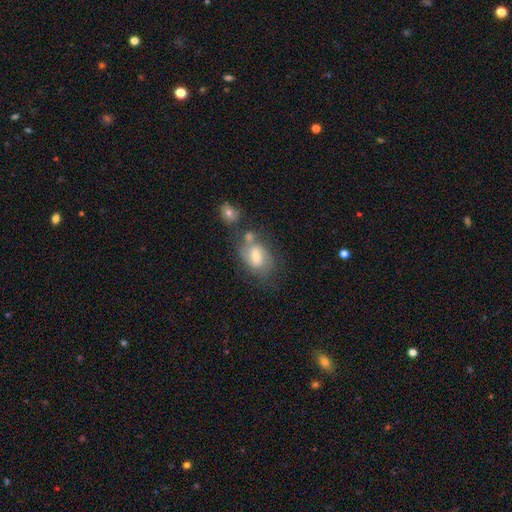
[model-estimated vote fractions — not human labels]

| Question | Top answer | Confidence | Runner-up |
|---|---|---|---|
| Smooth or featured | smooth | 45% | featured or disk (44%) |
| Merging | none | 47% | merger (22%) |